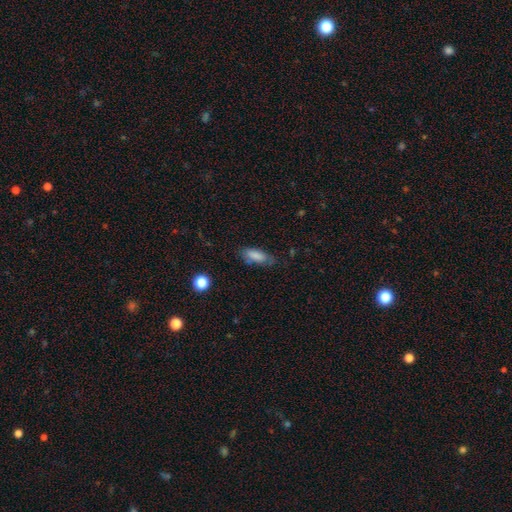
Overall: smooth (72%). How rounded: in between (85%). Merging: none (62%; minor disturbance 26%).